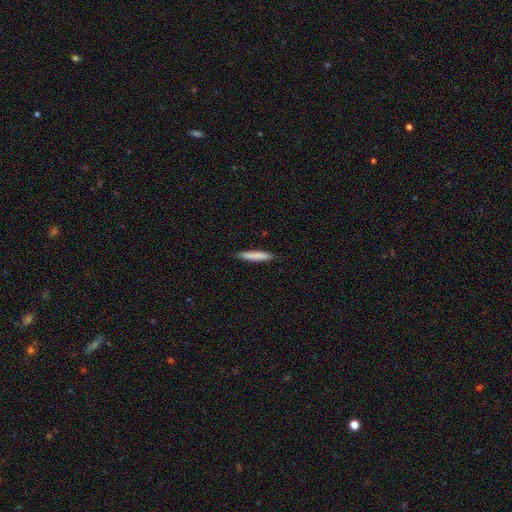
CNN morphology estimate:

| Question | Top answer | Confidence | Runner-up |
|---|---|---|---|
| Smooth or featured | smooth | 82% | featured or disk (12%) |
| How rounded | cigar-shaped | 92% | in between (7%) |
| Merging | none | 88% | minor disturbance (9%) |